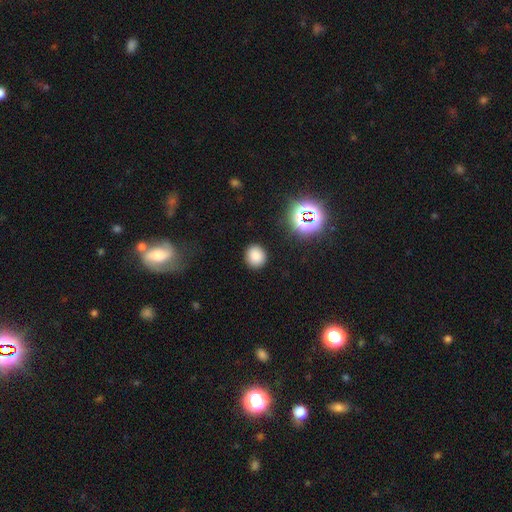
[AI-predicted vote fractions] Smooth or featured: smooth — 82% (star or artifact — 14%)
How rounded: round — 82% (in between — 17%)
Merging: none — 89% (minor disturbance — 7%)